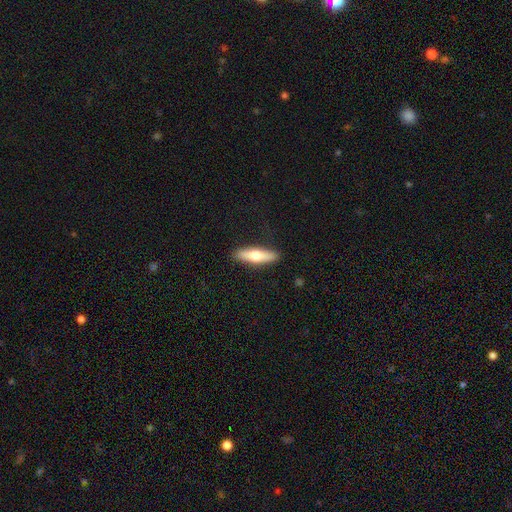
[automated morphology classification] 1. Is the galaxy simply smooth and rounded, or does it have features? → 58% smooth, 37% featured or disk, 5% star or artifact.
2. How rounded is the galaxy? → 71% cigar-shaped, 27% in between, 2% round.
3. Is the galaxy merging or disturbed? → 89% none, 8% minor disturbance, 2% major disturbance, 1% merger.